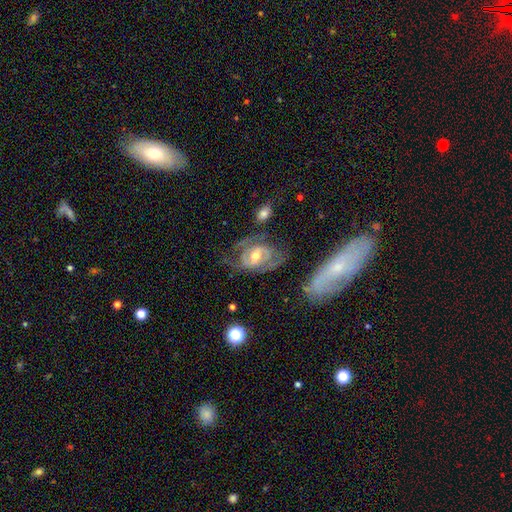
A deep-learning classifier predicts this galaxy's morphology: type=featured or disk (80%); edge-on=no (95%); bar=weak (43%); spiral arms=yes (81%); winding=tight (44%); arm count=2 (65%); bulge=moderate (68%); merging=none (55%).